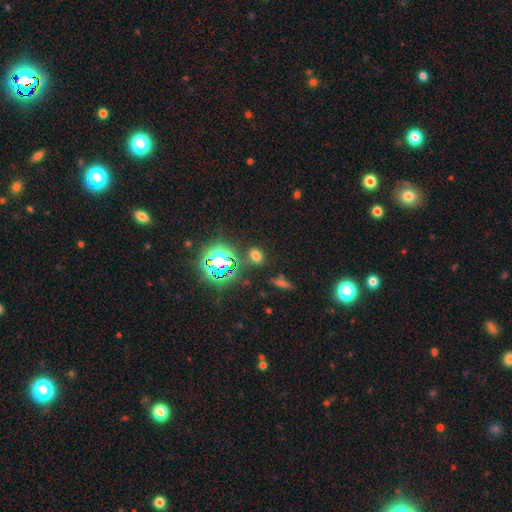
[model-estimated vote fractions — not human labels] A smooth galaxy with no disk features (58%) that is in between round and cigar-shaped (59%). Merging: none (81%).